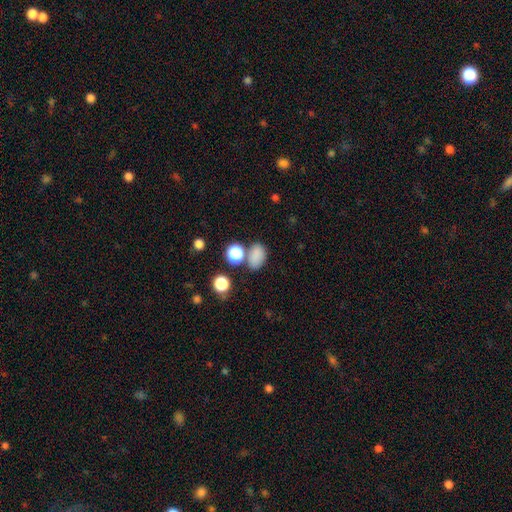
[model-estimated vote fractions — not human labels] smooth-or-featured: smooth: 80% | star or artifact: 15% | featured or disk: 5%
  how-rounded: in between: 80% | round: 19% | cigar-shaped: 1%
  merging: none: 67% | merger: 15% | minor disturbance: 14% | major disturbance: 5%